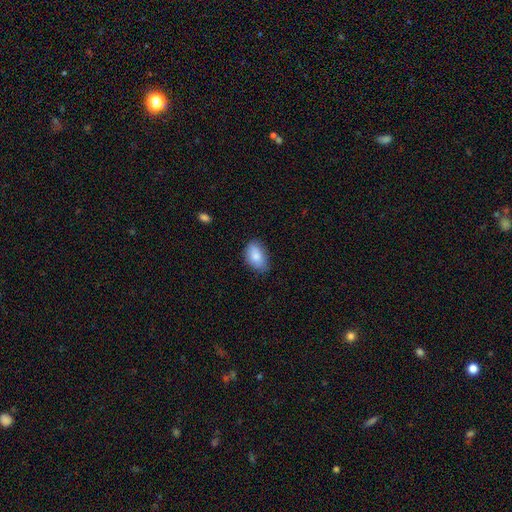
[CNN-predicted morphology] A smooth galaxy with no disk features (85%) that is in between round and cigar-shaped (91%). Merging: none (76%).